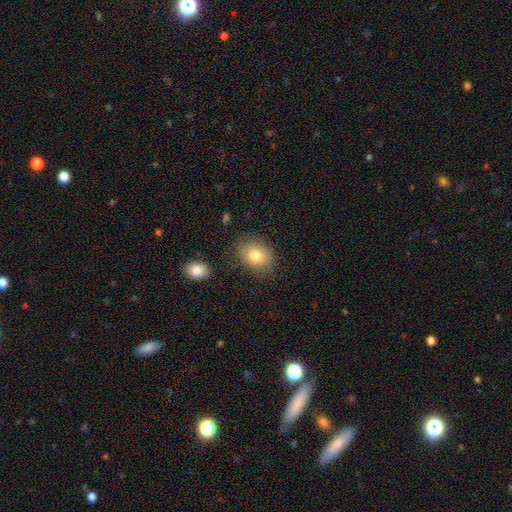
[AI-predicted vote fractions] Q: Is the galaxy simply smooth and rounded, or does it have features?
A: smooth — 78%.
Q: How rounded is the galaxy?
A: in between — 57%.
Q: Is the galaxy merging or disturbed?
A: none — 79%.